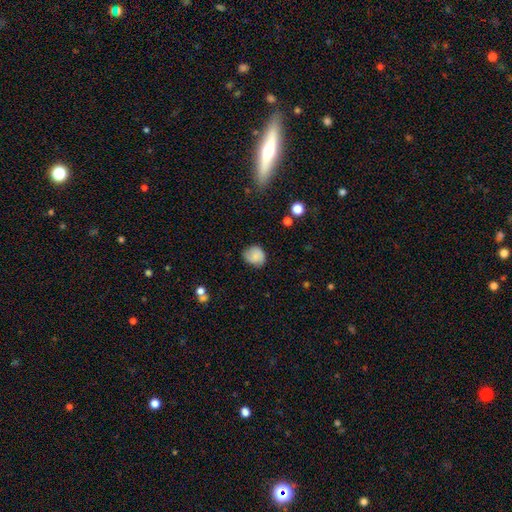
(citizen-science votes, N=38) This is likely a smooth galaxy (66%). How rounded: clearly round (80%). Merging: likely none (71%).